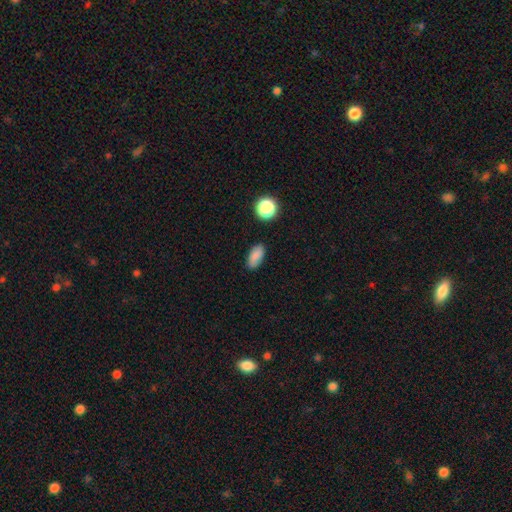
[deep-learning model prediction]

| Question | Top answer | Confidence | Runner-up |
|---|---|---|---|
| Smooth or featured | smooth | 82% | star or artifact (10%) |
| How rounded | in between | 88% | round (6%) |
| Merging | none | 83% | minor disturbance (12%) |